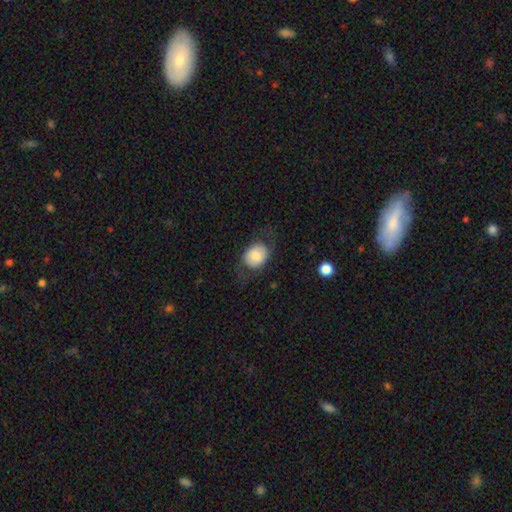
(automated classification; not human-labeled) Q: Smooth or featured?
A: smooth (74%); runner-up: featured or disk (19%)
Q: How rounded?
A: round (50%); runner-up: in between (49%)
Q: Merging?
A: none (67%); runner-up: minor disturbance (19%)